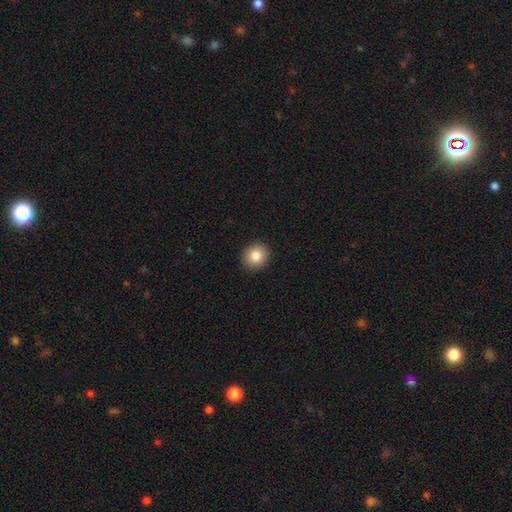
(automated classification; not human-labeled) Morphology: type=smooth (84%); roundness=round (86%); merging=none (92%).